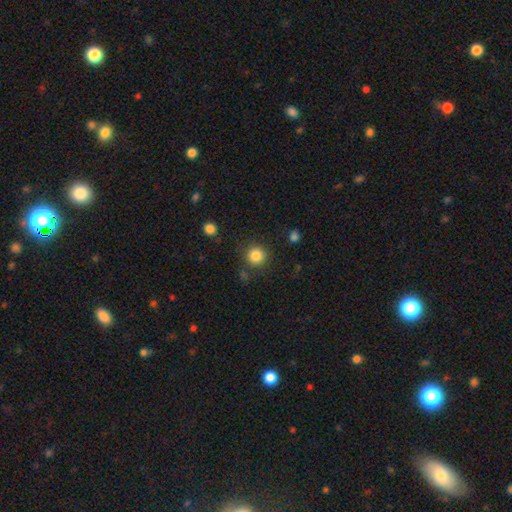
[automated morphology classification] Smooth or featured? smooth (84%)
How rounded? round (94%)
Merging? none (83%)